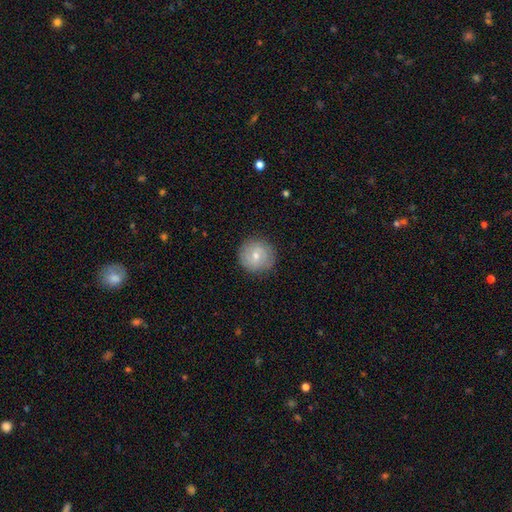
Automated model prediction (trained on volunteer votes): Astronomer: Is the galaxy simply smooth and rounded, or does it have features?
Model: smooth — 56% (runner-up: featured or disk, 37%).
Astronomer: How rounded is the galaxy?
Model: round — 93%.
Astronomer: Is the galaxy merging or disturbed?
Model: none — 87%.